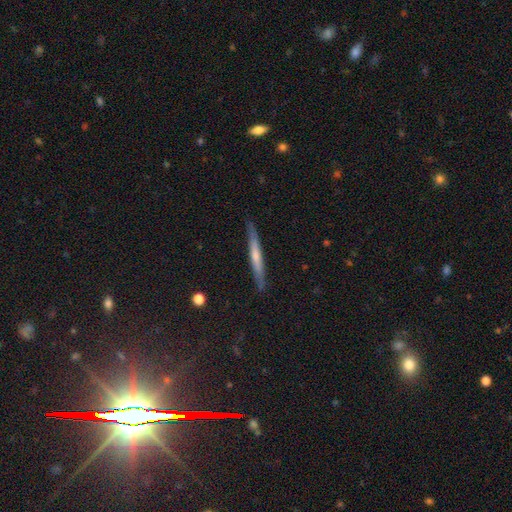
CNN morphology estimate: Smooth or featured? featured or disk (48%)
Merging? none (87%)